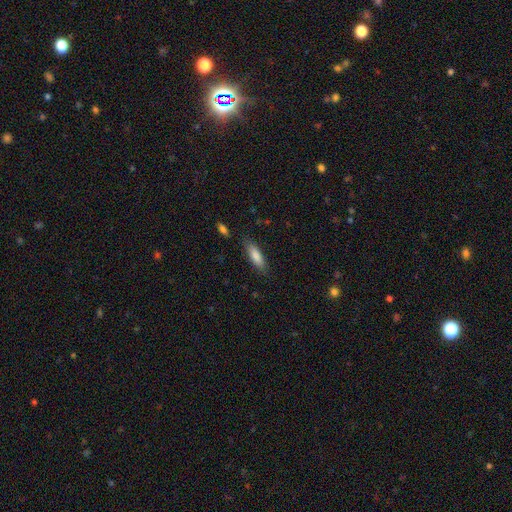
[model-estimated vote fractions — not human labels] This is clearly a smooth galaxy (83%). How rounded: possibly cigar-shaped (54%). Merging: clearly none (82%).